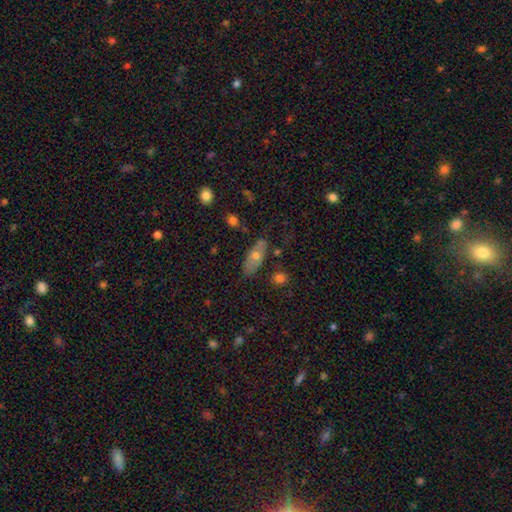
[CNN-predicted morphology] Smooth or featured? smooth (58%)
How rounded? in between (78%)
Merging? none (73%)